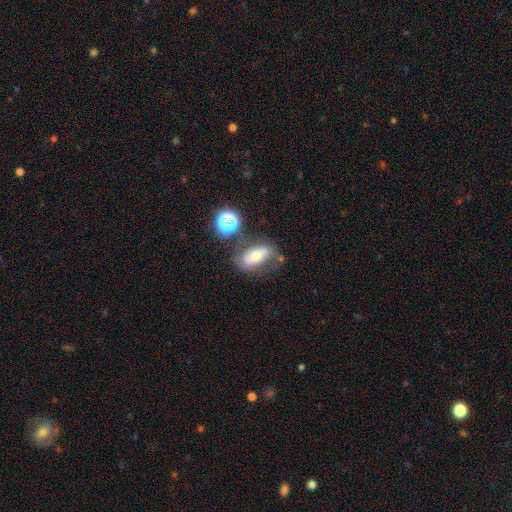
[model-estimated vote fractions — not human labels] Overall: smooth (47%; featured or disk 40%). Merging: none (54%; minor disturbance 22%).